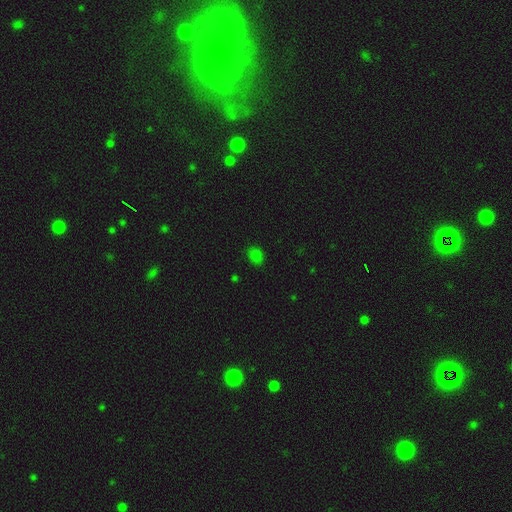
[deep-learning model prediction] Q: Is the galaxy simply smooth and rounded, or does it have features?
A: smooth — 78%.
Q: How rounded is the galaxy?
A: in between — 57%.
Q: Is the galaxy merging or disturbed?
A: none — 84%.